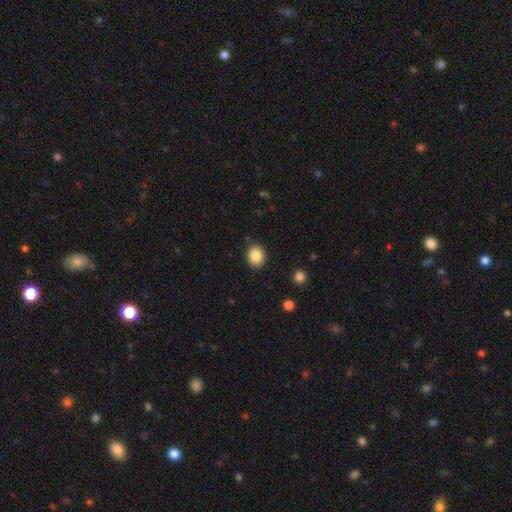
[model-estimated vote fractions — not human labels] Morphology: type=smooth (86%); roundness=round (63%); merging=none (88%).